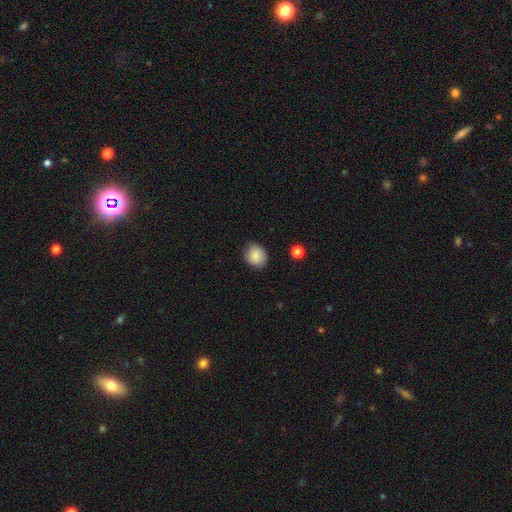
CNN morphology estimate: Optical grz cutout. It shows a smooth galaxy with no disk features (86%) that is round (68%). Merging: none (82%).